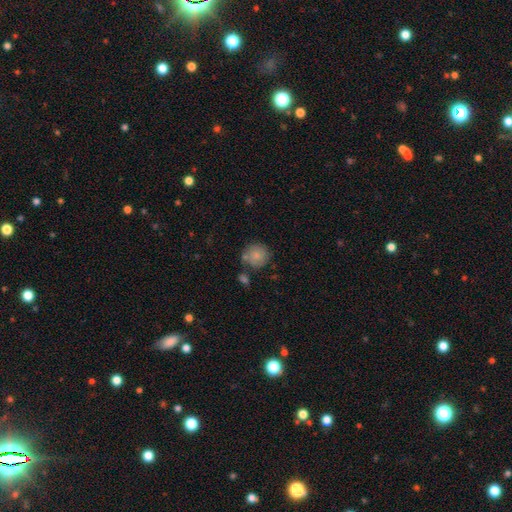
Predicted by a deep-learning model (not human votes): Smooth or featured? smooth (81%)
How rounded? round (90%)
Merging? none (68%)